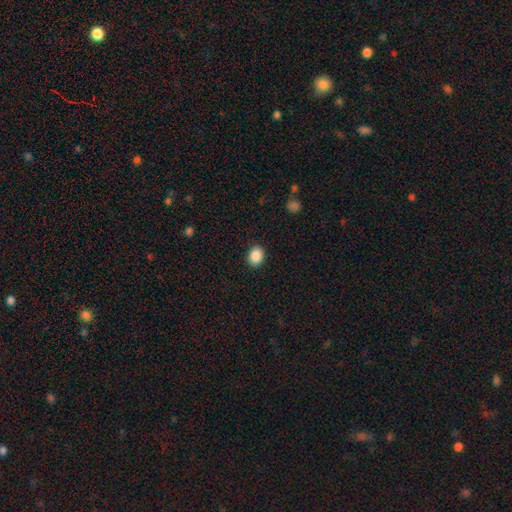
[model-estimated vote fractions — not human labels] Smooth or featured? smooth (88%)
How rounded? in between (50%)
Merging? none (90%)